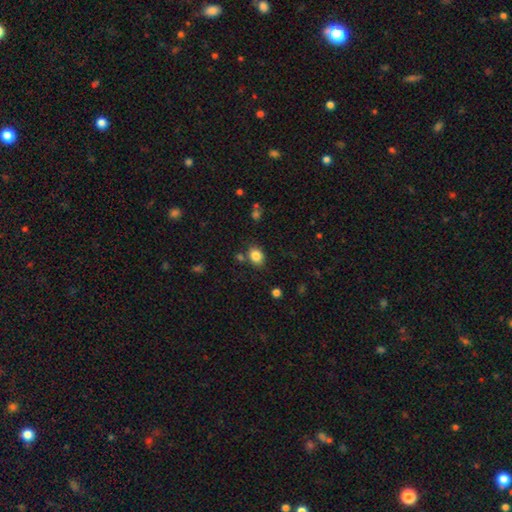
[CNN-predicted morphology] Overall: smooth (84%). How rounded: in between (57%; round 42%). Merging: none (77%).